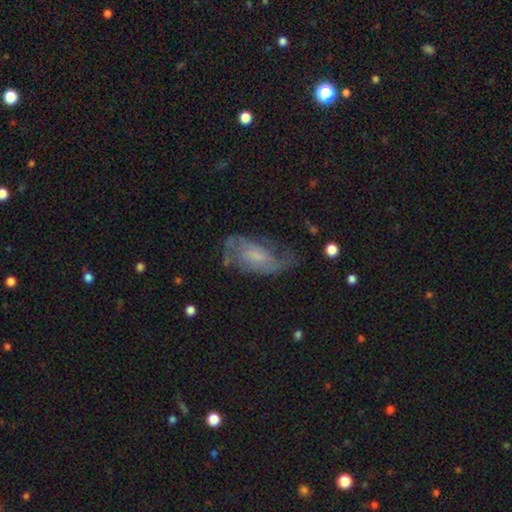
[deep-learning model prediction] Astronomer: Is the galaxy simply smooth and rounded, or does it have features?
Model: featured or disk — 67%.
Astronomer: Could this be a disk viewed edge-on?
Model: no — 95%.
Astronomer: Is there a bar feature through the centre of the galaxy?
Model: no — 54% (runner-up: weak, 37%).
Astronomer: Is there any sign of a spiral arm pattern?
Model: yes — 83%.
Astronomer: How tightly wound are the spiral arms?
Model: medium — 43% (runner-up: loose, 35%).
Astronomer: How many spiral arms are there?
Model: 2 — 67%.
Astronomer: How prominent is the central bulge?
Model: small — 39% (runner-up: none, 32%).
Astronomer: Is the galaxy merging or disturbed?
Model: none — 50%.